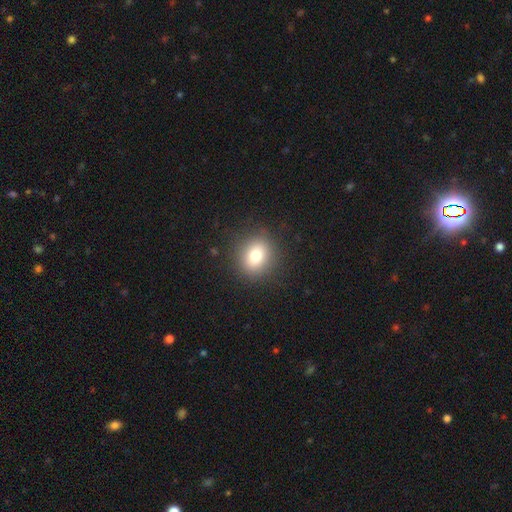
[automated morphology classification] type=smooth (78%); roundness=round (74%); merging=none (88%).